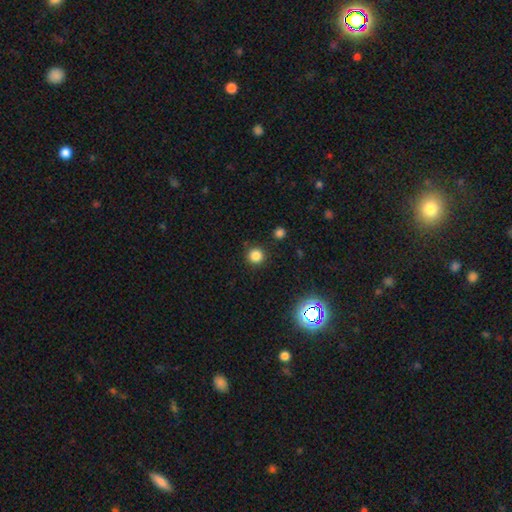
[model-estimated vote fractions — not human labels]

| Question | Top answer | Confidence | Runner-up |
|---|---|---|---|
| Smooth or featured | smooth | 82% | star or artifact (15%) |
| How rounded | round | 94% | in between (5%) |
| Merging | none | 89% | minor disturbance (7%) |